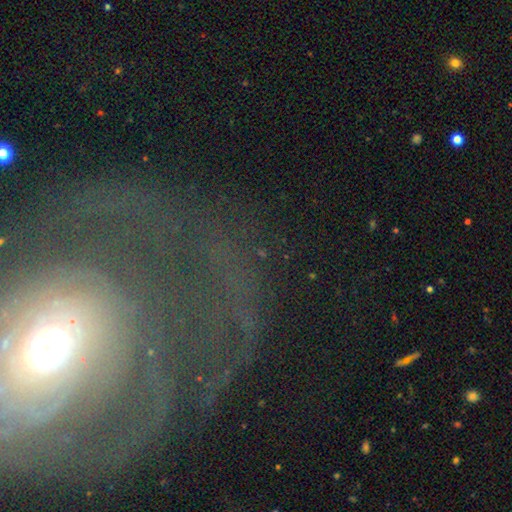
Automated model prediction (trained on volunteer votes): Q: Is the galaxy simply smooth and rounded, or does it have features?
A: featured or disk — 58%.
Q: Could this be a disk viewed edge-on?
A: no — 86%.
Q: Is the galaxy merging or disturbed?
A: none — 66%.